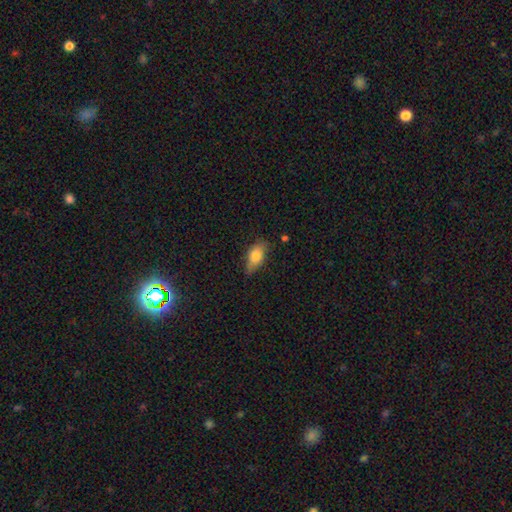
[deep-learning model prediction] A smooth galaxy with no disk features (74%) that is in between round and cigar-shaped (85%).

Vote fractions:
- Smooth or featured? smooth: 74% / featured or disk: 18% / star or artifact: 8%
- How rounded? in between: 85% / cigar-shaped: 9% / round: 6%
- Merging? none: 65% / minor disturbance: 28% / major disturbance: 6% / merger: 2%